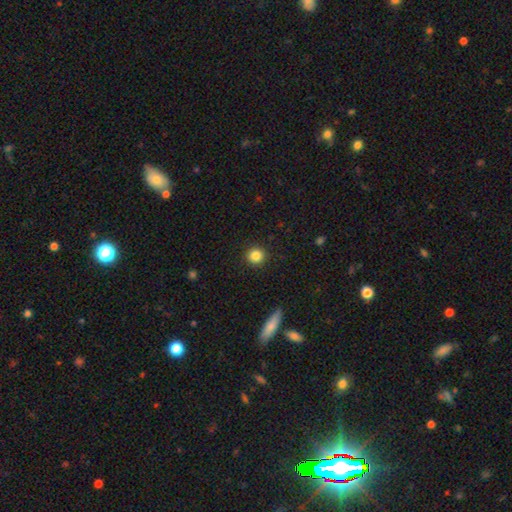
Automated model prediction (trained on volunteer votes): Smooth or featured? Predicted: smooth (p=0.85). How rounded? Predicted: round (p=0.94). Merging? Predicted: none (p=0.92).